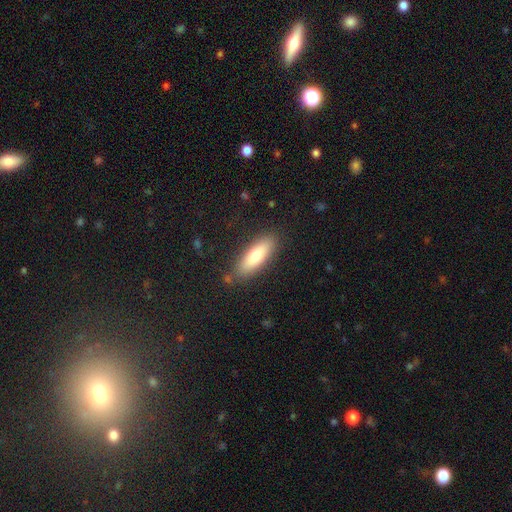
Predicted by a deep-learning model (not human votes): Smooth or featured? Predicted: smooth (p=0.74). How rounded? Predicted: in between (p=0.49, tied with cigar-shaped). Merging? Predicted: none (p=0.85).